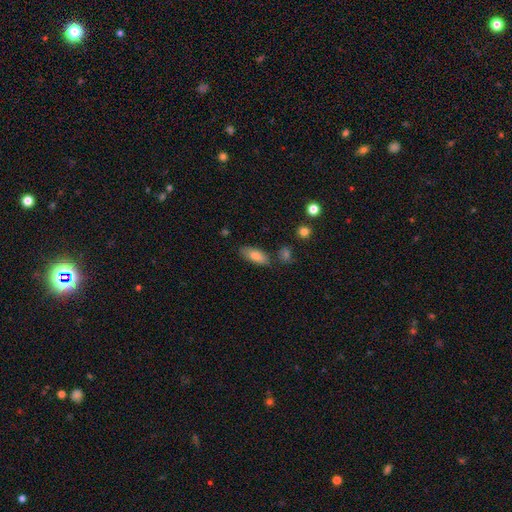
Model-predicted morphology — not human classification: The model was most divided on "merging": none: 77%, minor disturbance: 15%, merger: 5%, major disturbance: 3%. More confident: how rounded — in between (82%); smooth or featured — smooth (80%).